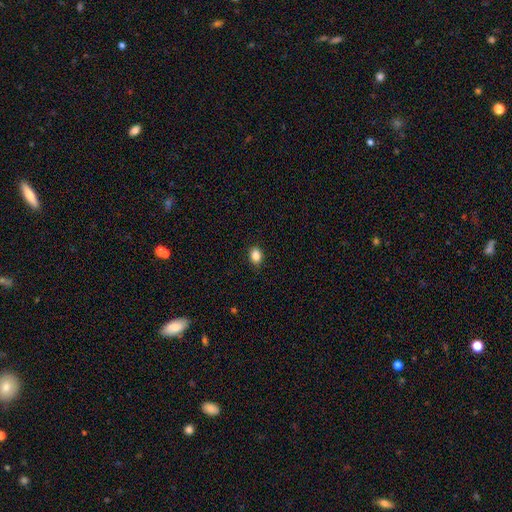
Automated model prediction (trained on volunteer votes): smooth-or-featured: smooth: 86% | star or artifact: 10% | featured or disk: 4%
  how-rounded: in between: 65% | round: 34% | cigar-shaped: 1%
  merging: none: 87% | minor disturbance: 10% | major disturbance: 2% | merger: 1%